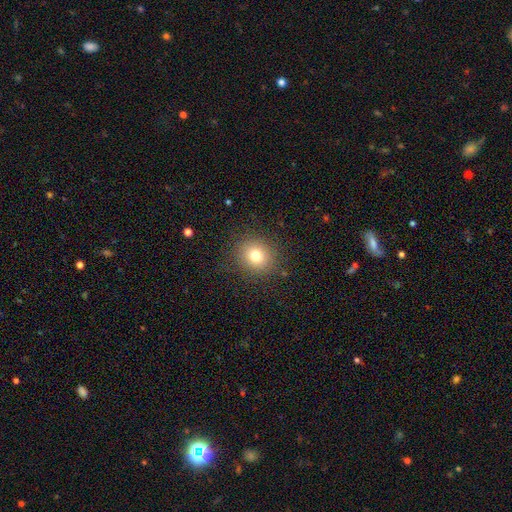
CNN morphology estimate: A smooth galaxy with no disk features (77%) that is round (82%).

Vote fractions:
- Smooth or featured? smooth: 77% / star or artifact: 13% / featured or disk: 9%
- How rounded? round: 82% / in between: 17% / cigar-shaped: 1%
- Merging? none: 87% / minor disturbance: 8% / major disturbance: 4% / merger: 1%